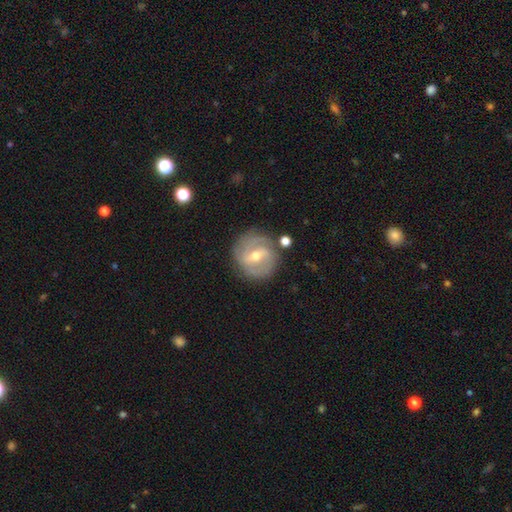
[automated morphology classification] type=featured or disk (77%); edge-on=no (96%); bar=weak (52%); spiral arms=yes (86%); winding=tight (48%); arm count=2 (57%); bulge=moderate (65%); merging=none (78%).